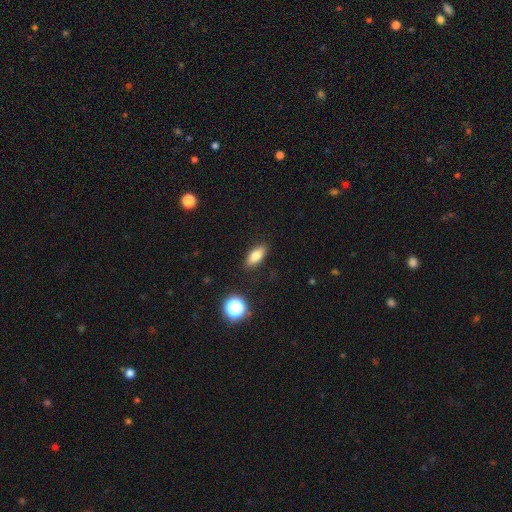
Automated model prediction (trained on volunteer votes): Smooth or featured: smooth — 79% (featured or disk — 11%)
How rounded: in between — 79% (cigar-shaped — 16%)
Merging: none — 87% (minor disturbance — 9%)